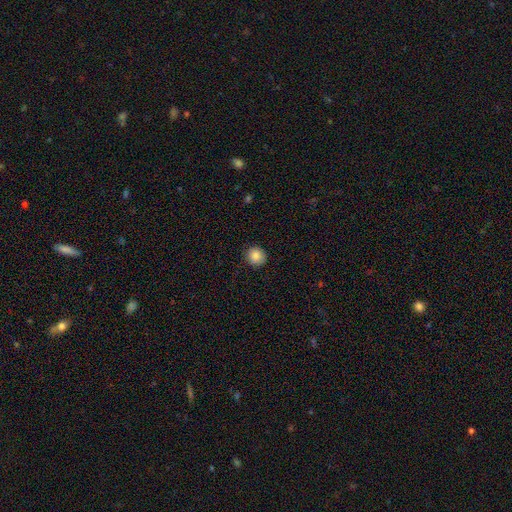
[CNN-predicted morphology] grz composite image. It shows a smooth galaxy with no disk features (86%) that is round (90%). Merging: none (90%).